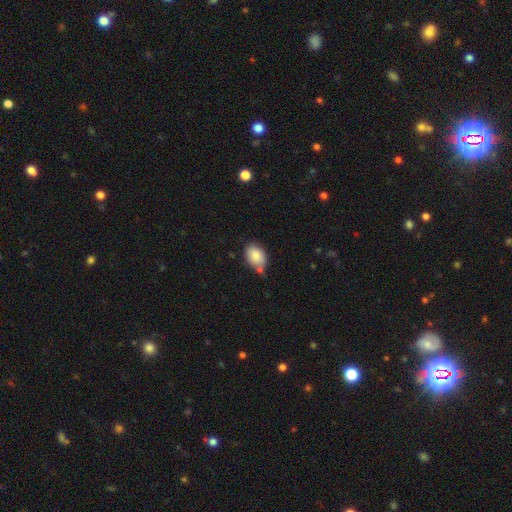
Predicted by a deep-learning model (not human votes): Overall: smooth (84%). How rounded: in between (74%). Merging: none (62%).